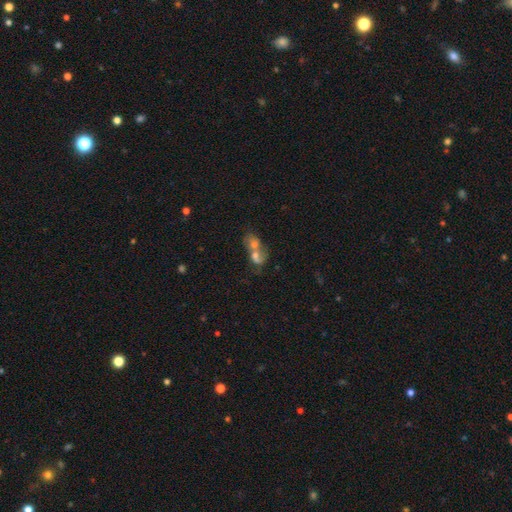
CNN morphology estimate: A smooth galaxy with no disk features (58%) that is in between round and cigar-shaped (61%).

Vote fractions:
- Smooth or featured? smooth: 58% / featured or disk: 29% / star or artifact: 13%
- How rounded? in between: 61% / round: 36% / cigar-shaped: 3%
- Merging? merger: 77% / none: 12% / major disturbance: 5% / minor disturbance: 5%